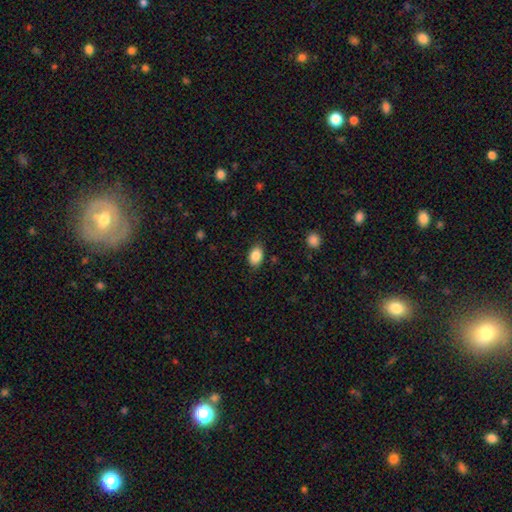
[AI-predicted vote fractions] A smooth galaxy with no disk features (87%) that is in between round and cigar-shaped (84%). Merging: none (83%).